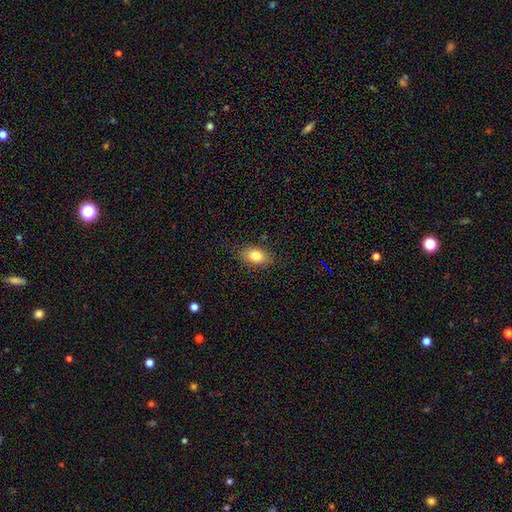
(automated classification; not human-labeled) smooth_or_featured: smooth (p=0.83) [alt: featured or disk p=0.08]
how_rounded: in between (p=0.85) [alt: round p=0.13]
merging: none (p=0.84) [alt: minor disturbance p=0.12]